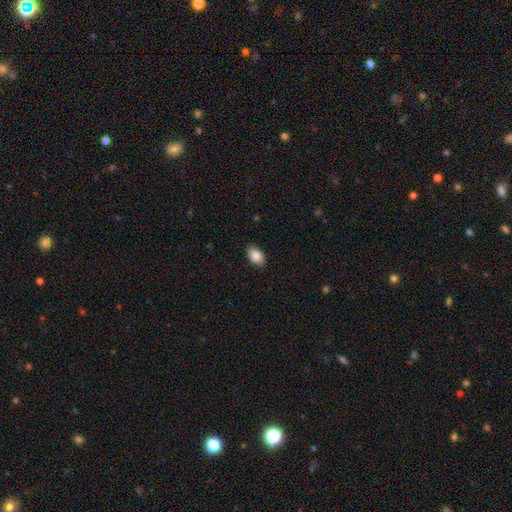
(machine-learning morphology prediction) This appears to be a smooth galaxy with no disk features (88%) that is in between round and cigar-shaped (88%). Merging: none (87%).